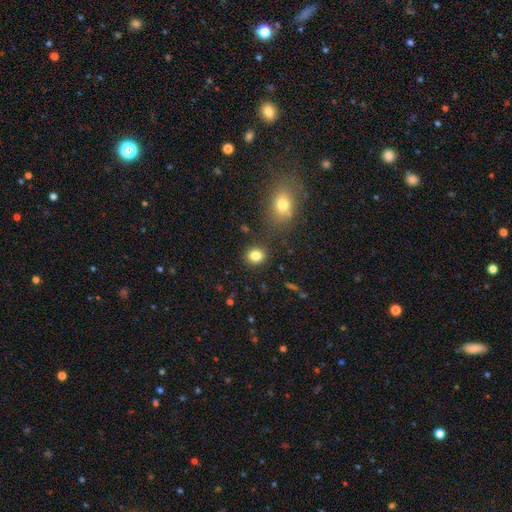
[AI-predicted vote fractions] Morphology: type=smooth (83%); roundness=round (63%); merging=none (84%).